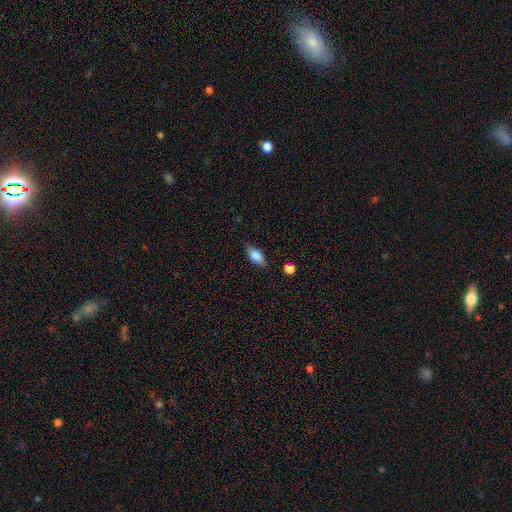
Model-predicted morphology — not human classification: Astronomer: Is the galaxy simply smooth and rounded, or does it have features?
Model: smooth — 73%.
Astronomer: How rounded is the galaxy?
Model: in between — 81%.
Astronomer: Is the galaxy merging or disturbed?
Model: none — 81%.